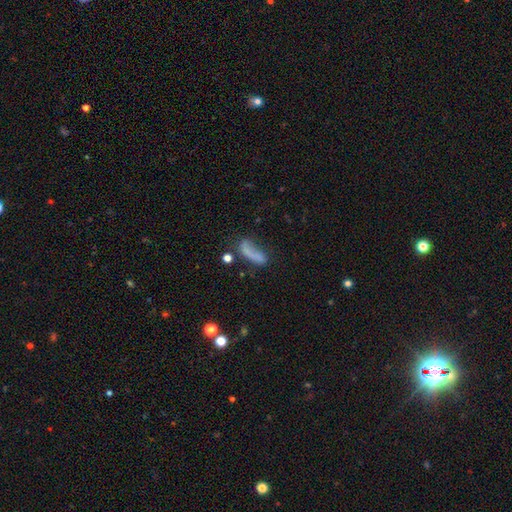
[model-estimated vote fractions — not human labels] smooth-or-featured: smooth: 59% | featured or disk: 28% | star or artifact: 13%
  how-rounded: in between: 55% | cigar-shaped: 40% | round: 5%
  merging: none: 38% | major disturbance: 27% | minor disturbance: 22% | merger: 13%